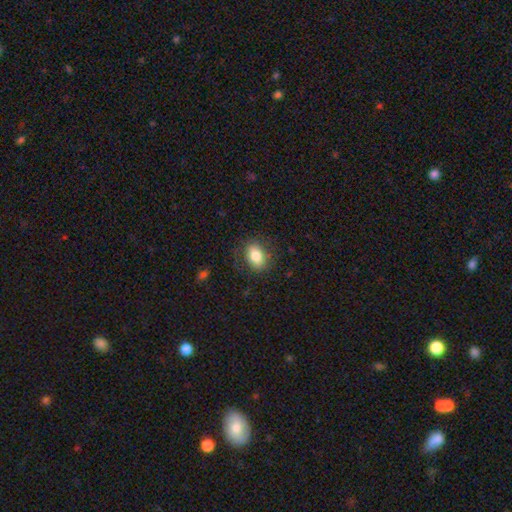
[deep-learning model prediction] smooth 82%, featured or disk 10%, star or artifact 8%. Down the decision tree: how rounded — in between (79%); merging — none (80%).